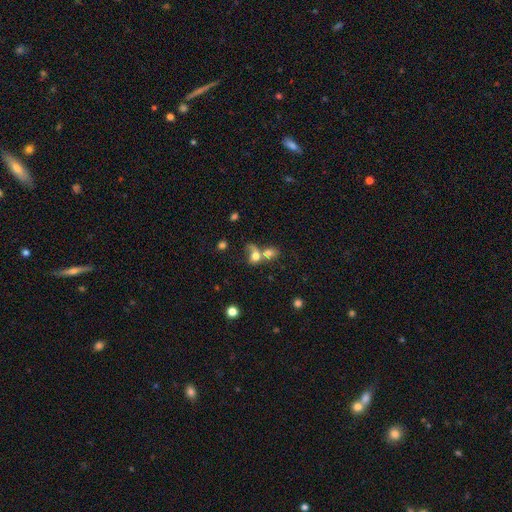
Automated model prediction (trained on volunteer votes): Morphology: type=smooth (67%); roundness=in between (50%); merging=merger (69%).